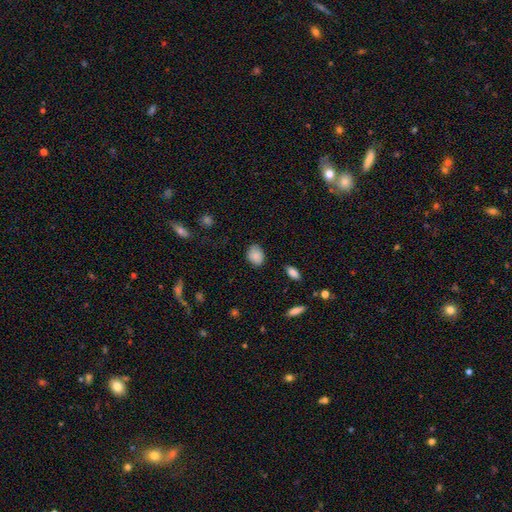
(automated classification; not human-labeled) A smooth galaxy with no disk features (87%) that is in between round and cigar-shaped (59%).

Vote fractions:
- Smooth or featured? smooth: 87% / star or artifact: 8% / featured or disk: 5%
- How rounded? in between: 59% / round: 40% / cigar-shaped: 1%
- Merging? none: 79% / minor disturbance: 16% / major disturbance: 3% / merger: 2%